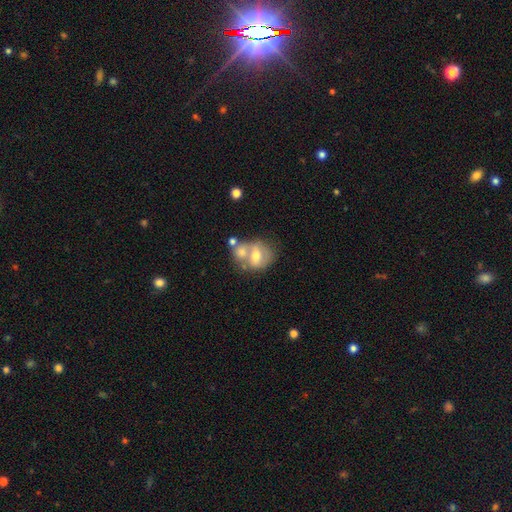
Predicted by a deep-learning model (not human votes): Q: Smooth or featured?
A: smooth (50%); runner-up: featured or disk (41%)
Q: How rounded?
A: round (55%); runner-up: in between (43%)
Q: Merging?
A: merger (51%); runner-up: none (31%)